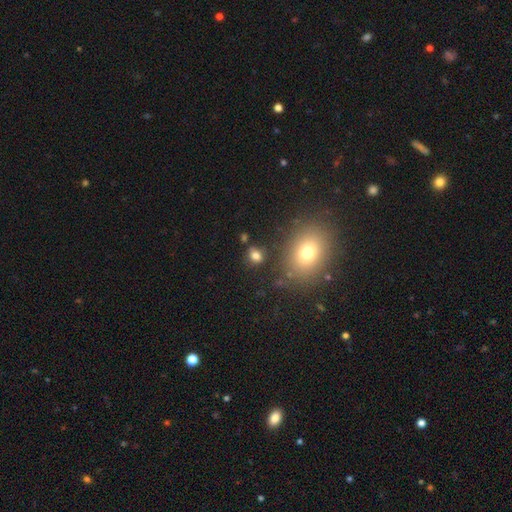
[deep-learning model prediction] Smooth or featured? smooth (78%)
How rounded? round (56%)
Merging? none (78%)